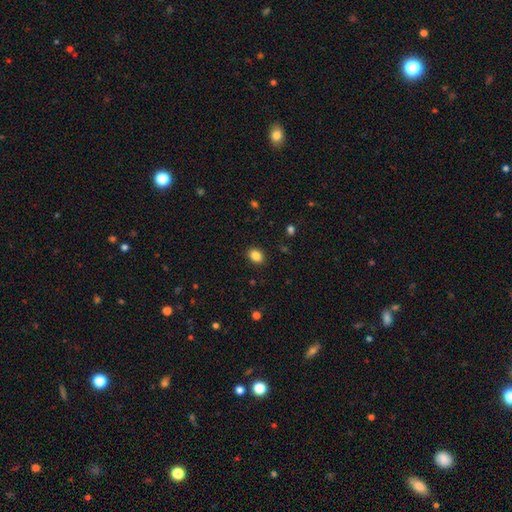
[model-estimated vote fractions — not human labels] Q: Smooth or featured?
A: smooth (86%); runner-up: star or artifact (10%)
Q: How rounded?
A: in between (55%); runner-up: round (44%)
Q: Merging?
A: none (89%); runner-up: minor disturbance (7%)